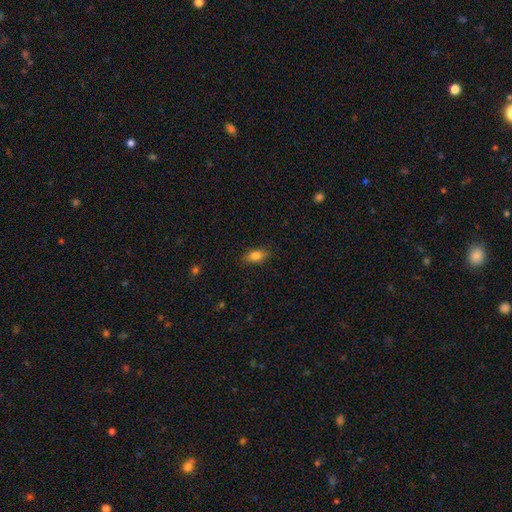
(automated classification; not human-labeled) A smooth galaxy with no disk features (84%) that is in between round and cigar-shaped (86%).

Vote fractions:
- Smooth or featured? smooth: 84% / star or artifact: 9% / featured or disk: 7%
- How rounded? in between: 86% / round: 9% / cigar-shaped: 5%
- Merging? none: 84% / minor disturbance: 12% / major disturbance: 3% / merger: 1%